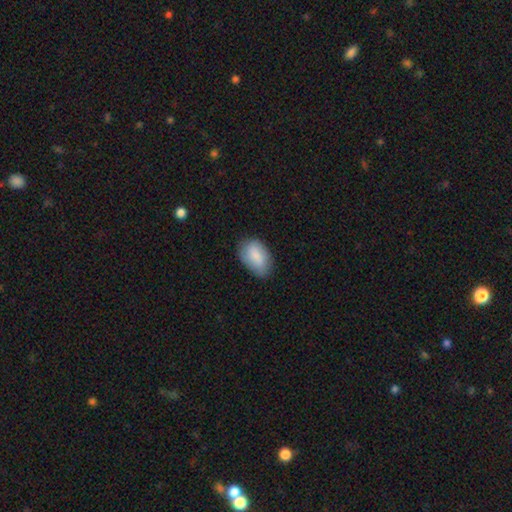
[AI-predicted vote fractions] Q: Smooth or featured?
A: smooth (85%); runner-up: featured or disk (9%)
Q: How rounded?
A: in between (92%); runner-up: round (6%)
Q: Merging?
A: none (72%); runner-up: minor disturbance (22%)